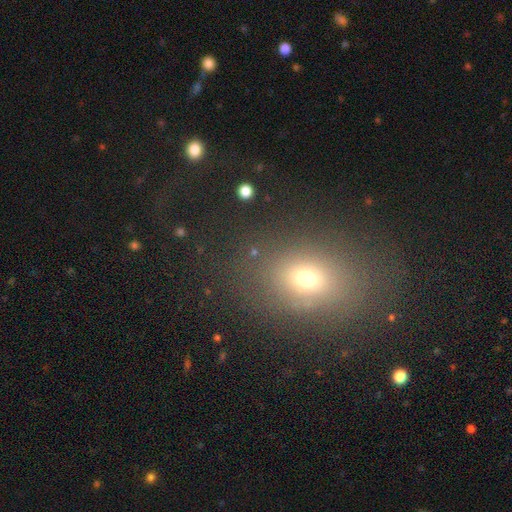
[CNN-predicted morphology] type=smooth (63%); roundness=in between (62%); merging=none (78%).